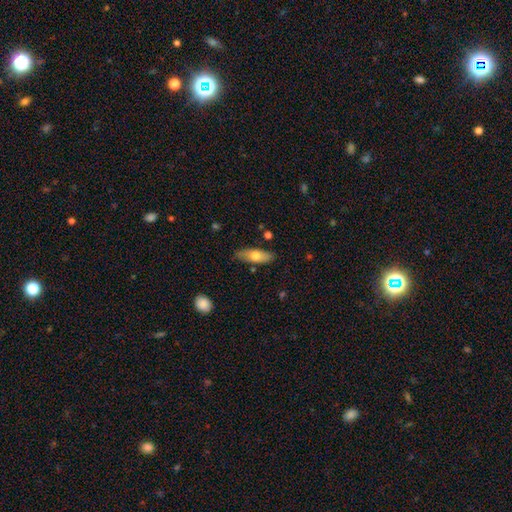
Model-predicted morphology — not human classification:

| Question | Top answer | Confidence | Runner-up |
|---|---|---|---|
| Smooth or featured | smooth | 66% | featured or disk (27%) |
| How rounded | in between | 68% | cigar-shaped (29%) |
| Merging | none | 82% | minor disturbance (13%) |